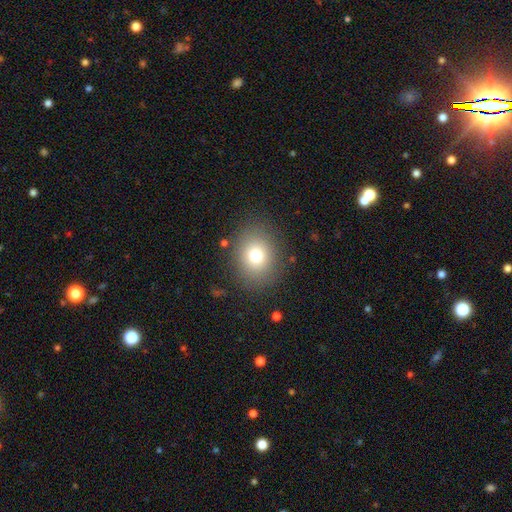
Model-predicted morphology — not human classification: This appears to be a smooth galaxy with no disk features (74%) that is round (64%). Merging: none (85%).